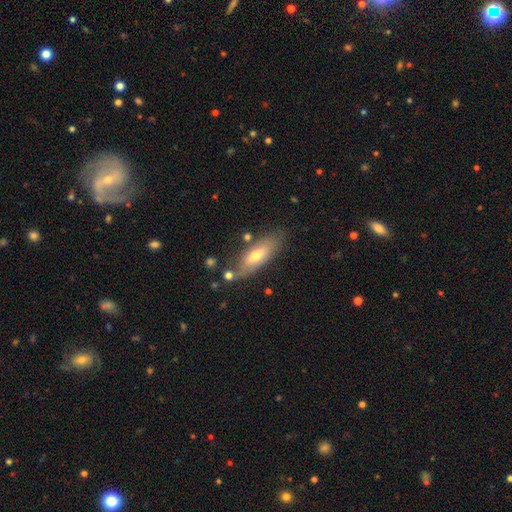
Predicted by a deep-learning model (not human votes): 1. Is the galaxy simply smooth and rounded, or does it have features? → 56% smooth, 37% featured or disk, 7% star or artifact.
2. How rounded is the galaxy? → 63% in between, 35% cigar-shaped, 2% round.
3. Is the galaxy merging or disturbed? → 70% none, 18% minor disturbance, 7% merger, 5% major disturbance.